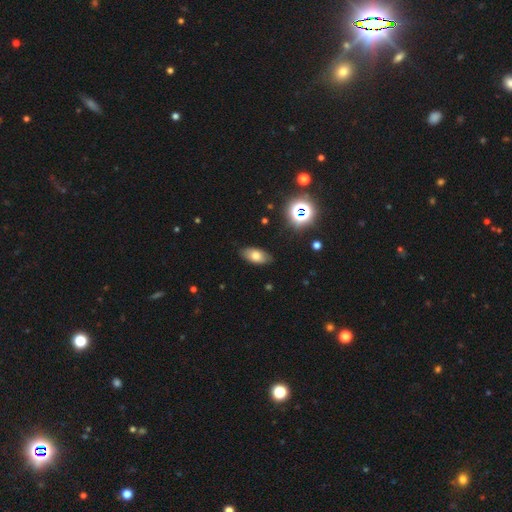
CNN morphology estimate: smooth_or_featured: smooth (p=0.71) [alt: featured or disk p=0.17]
how_rounded: in between (p=0.91) [alt: round p=0.04]
merging: none (p=0.84) [alt: minor disturbance p=0.12]